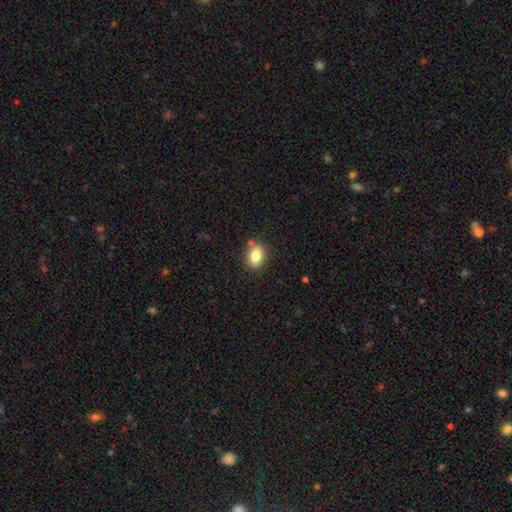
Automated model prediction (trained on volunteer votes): Smooth or featured? Predicted: smooth (p=0.81). How rounded? Predicted: in between (p=0.70). Merging? Predicted: none (p=0.81).